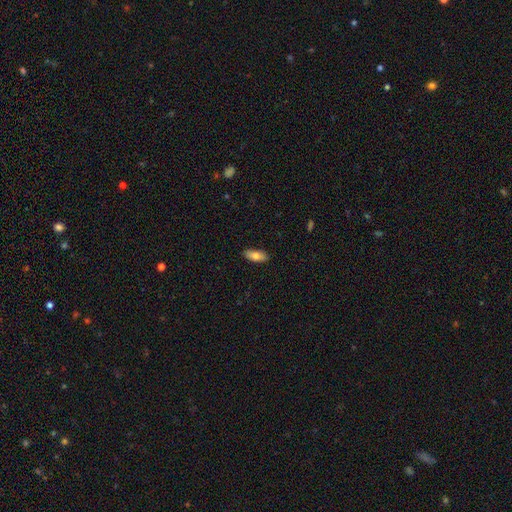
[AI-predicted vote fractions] smooth_or_featured: smooth (p=0.74) [alt: featured or disk p=0.20]
how_rounded: in between (p=0.84) [alt: cigar-shaped p=0.14]
merging: none (p=0.86) [alt: minor disturbance p=0.11]